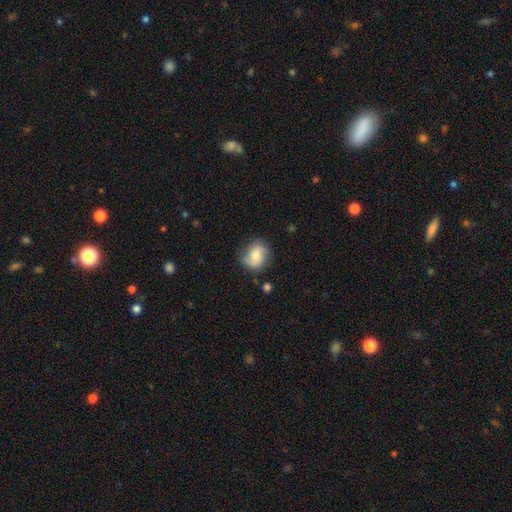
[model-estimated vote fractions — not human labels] Smooth or featured? smooth (55%)
How rounded? round (64%)
Merging? none (68%)